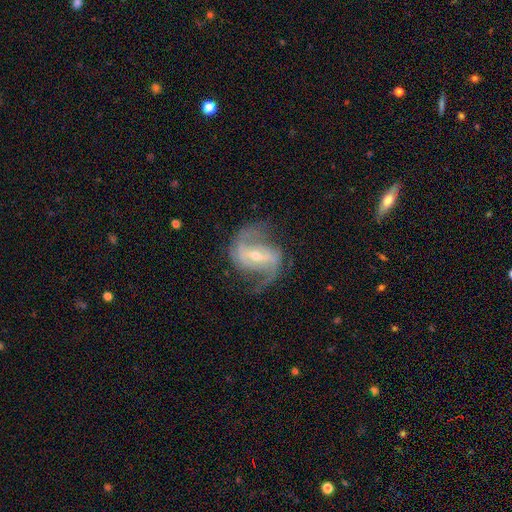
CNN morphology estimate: This appears to be a featured or disk galaxy (89%) with a strong bar (49%), 2 (89%) medium (50%) spiral arms (96%) and a small central bulge (56%). Merging: none (70%).